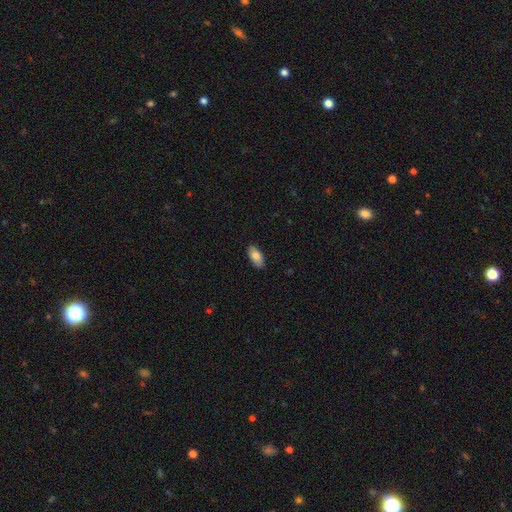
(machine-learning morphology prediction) This is clearly a smooth galaxy (83%). How rounded: clearly in between (92%). Merging: clearly none (89%).